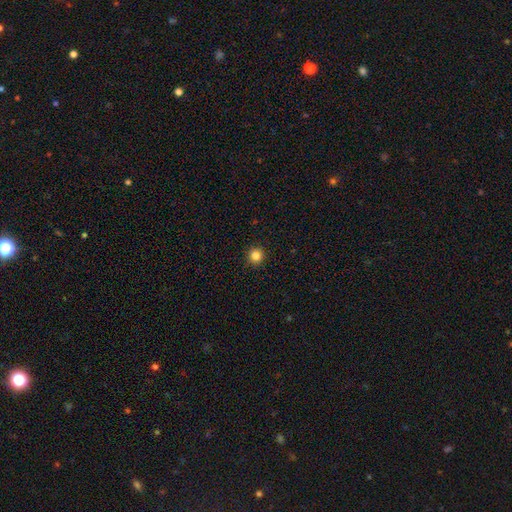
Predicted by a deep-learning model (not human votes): A smooth galaxy with no disk features (84%) that is round (95%).

Vote fractions:
- Smooth or featured? smooth: 84% / star or artifact: 12% / featured or disk: 4%
- How rounded? round: 95% / in between: 4% / cigar-shaped: 1%
- Merging? none: 93% / minor disturbance: 5% / major disturbance: 2% / merger: 1%